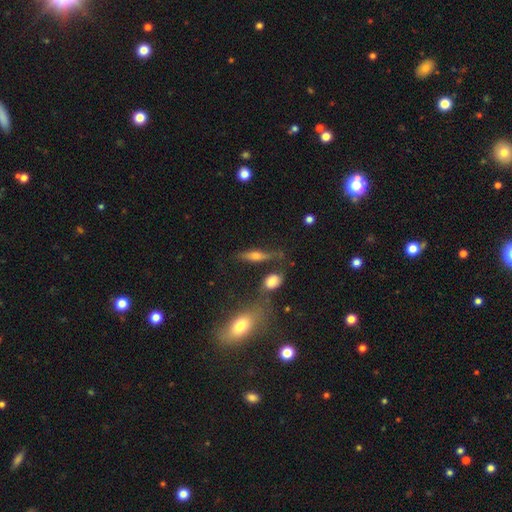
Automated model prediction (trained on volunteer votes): Morphology: type=featured or disk (48%); merging=none (65%).